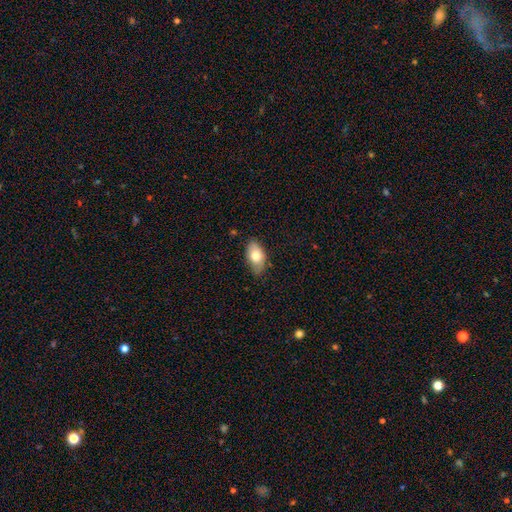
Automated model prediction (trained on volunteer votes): This appears to be a smooth galaxy with no disk features (75%) that is in between round and cigar-shaped (92%). Merging: none (76%).